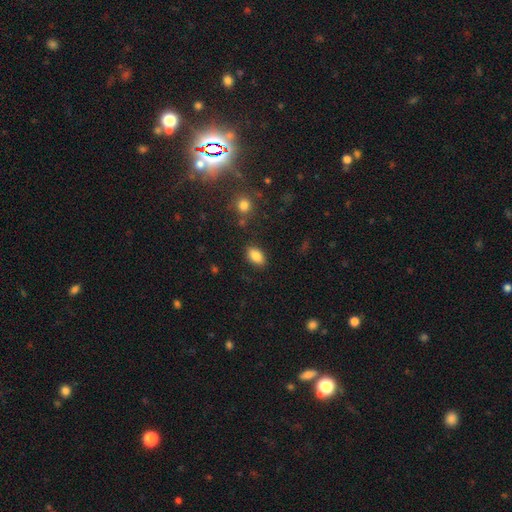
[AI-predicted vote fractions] Q: Smooth or featured?
A: smooth (86%); runner-up: star or artifact (8%)
Q: How rounded?
A: in between (90%); runner-up: round (7%)
Q: Merging?
A: none (85%); runner-up: minor disturbance (10%)